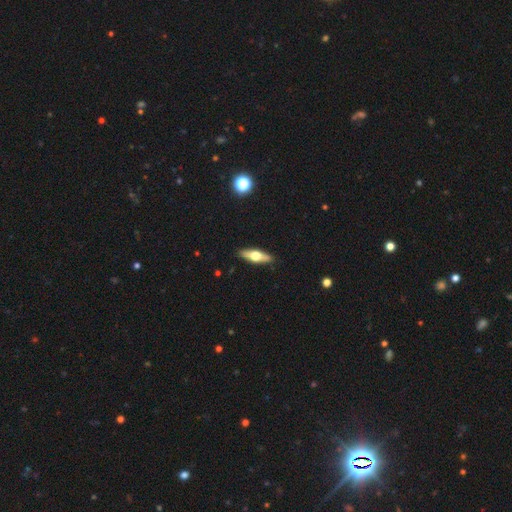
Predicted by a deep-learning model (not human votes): Smooth or featured? featured or disk (53%)
Edge-on disk? yes (89%)
Merging? none (90%)